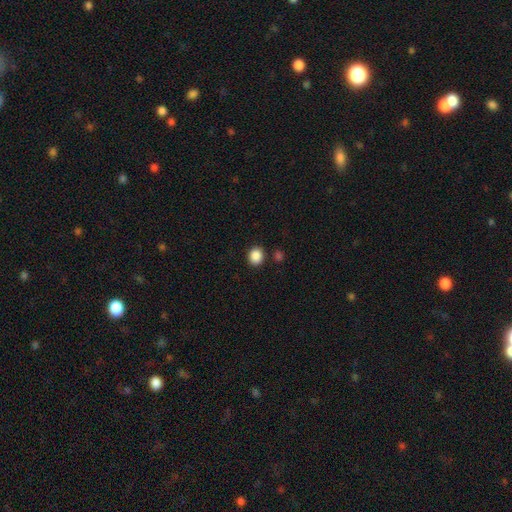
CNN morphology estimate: Smooth or featured? Predicted: smooth (p=0.88). How rounded? Predicted: round (p=0.74). Merging? Predicted: none (p=0.87).